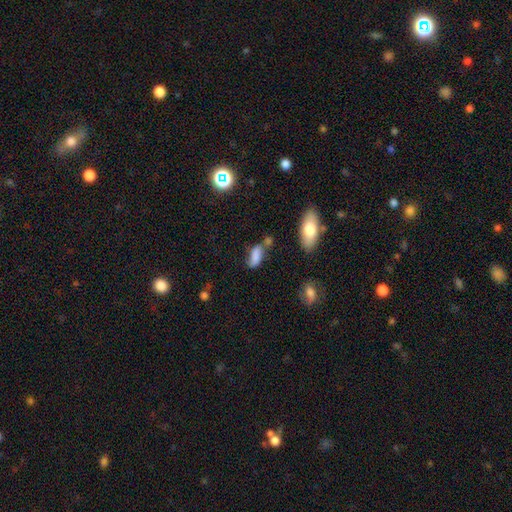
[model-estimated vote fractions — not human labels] smooth-or-featured: smooth: 74% | featured or disk: 16% | star or artifact: 10%
  how-rounded: in between: 78% | cigar-shaped: 18% | round: 4%
  merging: none: 47% | minor disturbance: 25% | merger: 18% | major disturbance: 10%